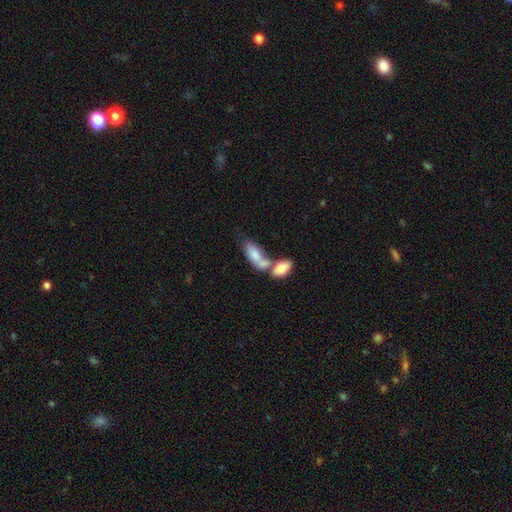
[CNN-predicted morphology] This is likely a smooth galaxy (78%). How rounded: clearly in between (86%). Merging: likely merger (62%).